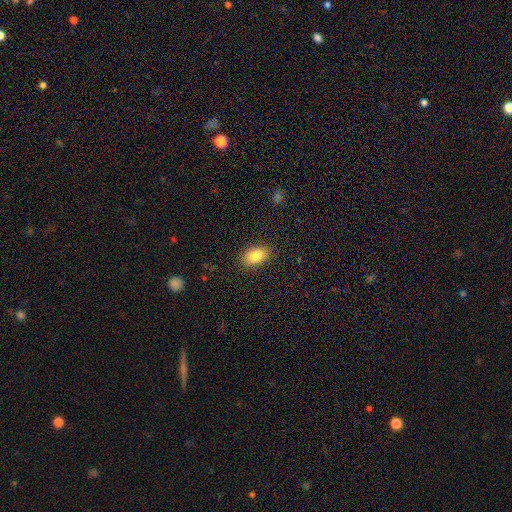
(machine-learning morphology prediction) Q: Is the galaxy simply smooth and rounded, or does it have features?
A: smooth — 83%.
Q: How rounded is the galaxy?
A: in between — 87%.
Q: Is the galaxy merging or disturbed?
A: none — 86%.